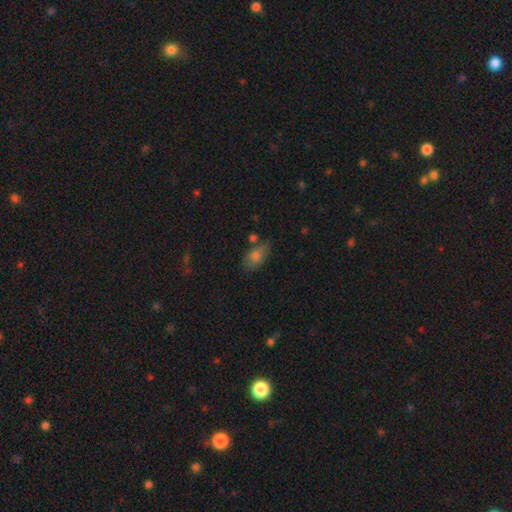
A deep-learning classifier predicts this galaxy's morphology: This appears to be a smooth galaxy with no disk features (76%) that is in between round and cigar-shaped (86%). Merging: none (62%).